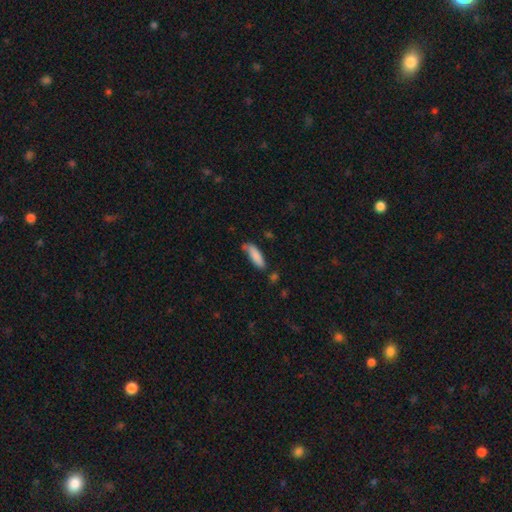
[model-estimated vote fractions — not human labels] Overall: smooth (85%). How rounded: cigar-shaped (52%; in between 46%). Merging: none (63%; minor disturbance 26%).